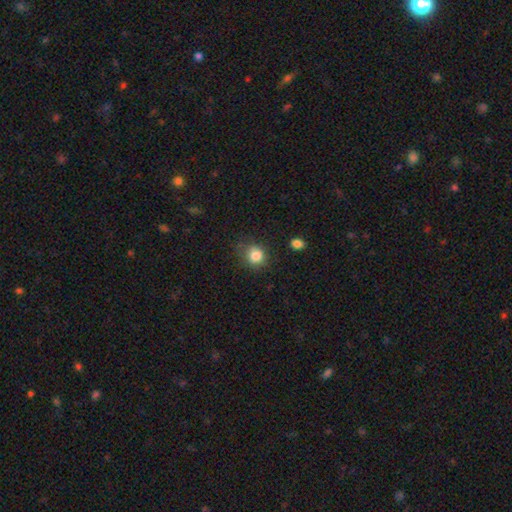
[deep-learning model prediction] smooth 84%, star or artifact 10%, featured or disk 6%. Down the decision tree: how rounded — round (77%); merging — none (70%).